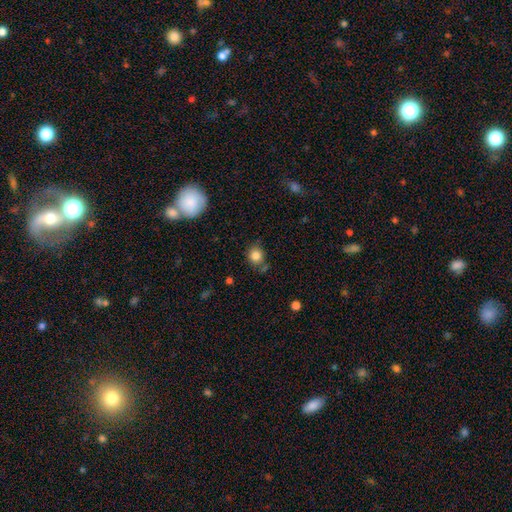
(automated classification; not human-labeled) A smooth galaxy with no disk features (83%) that is round (80%). Merging: none (73%).